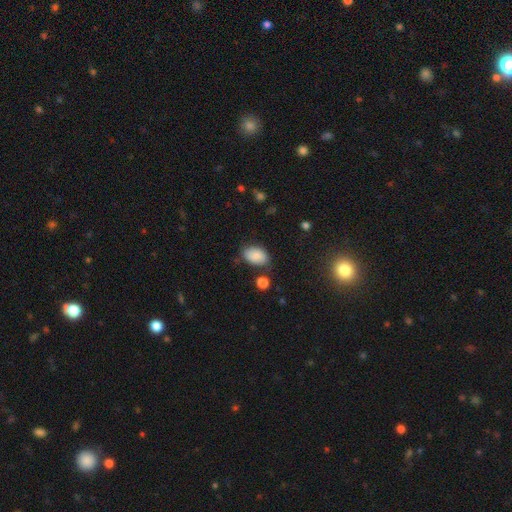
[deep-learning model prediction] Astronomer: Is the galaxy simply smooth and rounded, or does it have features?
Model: smooth — 84%.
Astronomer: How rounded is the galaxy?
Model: in between — 88%.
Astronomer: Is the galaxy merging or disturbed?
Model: none — 73%.